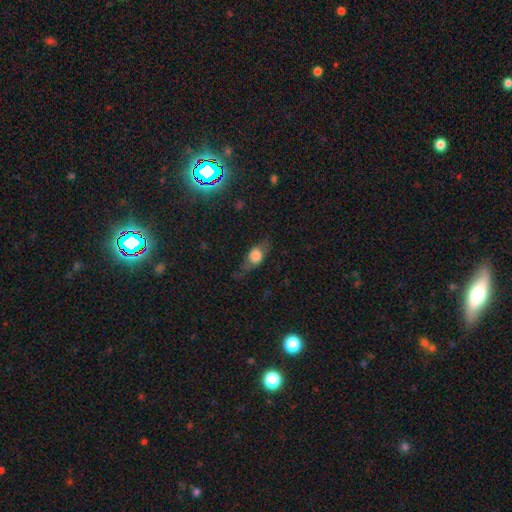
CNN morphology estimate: A smooth galaxy with no disk features (61%) that is in between round and cigar-shaped (64%).

Vote fractions:
- Smooth or featured? smooth: 61% / featured or disk: 29% / star or artifact: 10%
- How rounded? in between: 64% / round: 19% / cigar-shaped: 17%
- Merging? none: 63% / minor disturbance: 24% / major disturbance: 12% / merger: 2%